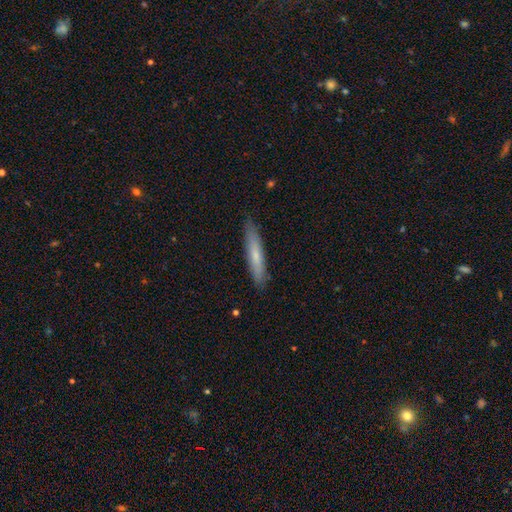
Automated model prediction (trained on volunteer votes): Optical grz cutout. It shows a smooth galaxy with no disk features (65%) that is cigar-shaped (91%). Merging: none (87%).